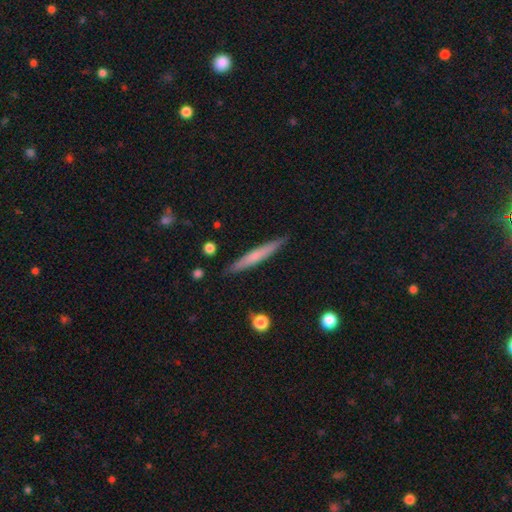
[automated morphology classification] type=smooth (58%); roundness=cigar-shaped (96%); merging=none (90%).